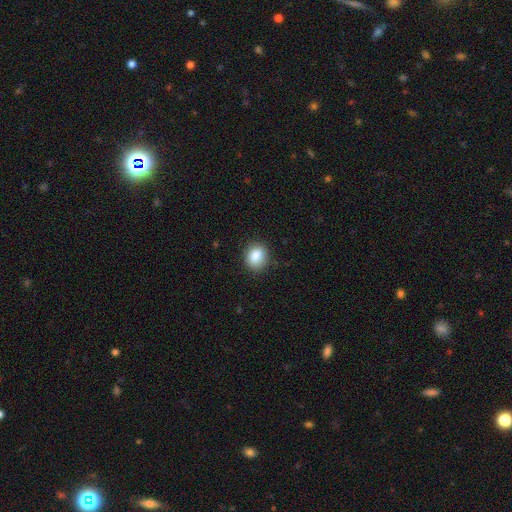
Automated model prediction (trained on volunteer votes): Smooth or featured? smooth (86%)
How rounded? round (64%)
Merging? none (85%)